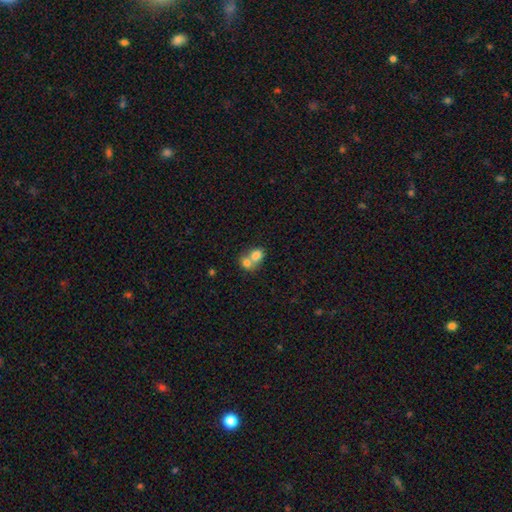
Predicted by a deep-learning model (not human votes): Smooth or featured?
  - smooth: 75% *
  - featured or disk: 15%
  - star or artifact: 9%
How rounded?
  - round: 50% *
  - in between: 49%
  - cigar-shaped: 1%
Merging?
  - merger: 71% *
  - none: 21%
  - minor disturbance: 5%
  - major disturbance: 3%